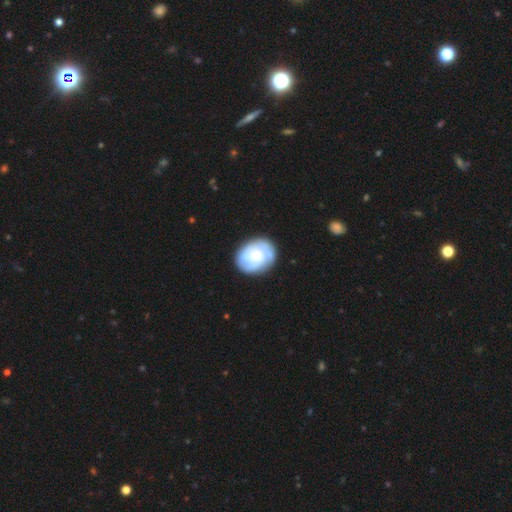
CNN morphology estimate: Smooth or featured?
  - featured or disk: 54% *
  - smooth: 41%
  - star or artifact: 5%
Edge-on disk?
  - no: 97% *
  - yes: 3%
Bar?
  - no: 84% *
  - weak: 14%
  - strong: 2%
Spiral arms?
  - yes: 58% *
  - no: 42%
Bulge size?
  - moderate: 50% *
  - small: 37%
  - large: 8%
  - none: 3%
  - dominant: 2%
Merging?
  - none: 74% *
  - minor disturbance: 18%
  - major disturbance: 6%
  - merger: 3%